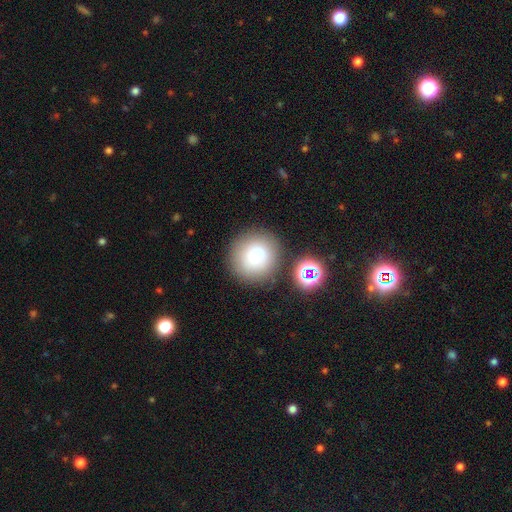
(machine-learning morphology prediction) A smooth galaxy with no disk features (75%) that is round (90%).

Vote fractions:
- Smooth or featured? smooth: 75% / featured or disk: 13% / star or artifact: 12%
- How rounded? round: 90% / in between: 9% / cigar-shaped: 1%
- Merging? none: 71% / minor disturbance: 12% / merger: 12% / major disturbance: 5%